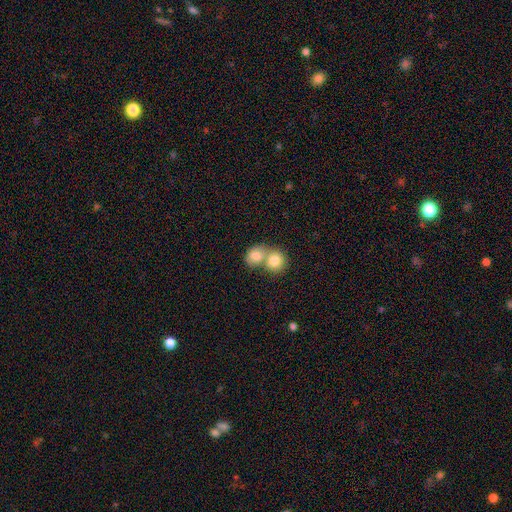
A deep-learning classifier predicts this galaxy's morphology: Smooth or featured?
  - smooth: 81% *
  - featured or disk: 11%
  - star or artifact: 8%
How rounded?
  - round: 64% *
  - in between: 35%
  - cigar-shaped: 1%
Merging?
  - merger: 66% *
  - none: 26%
  - minor disturbance: 6%
  - major disturbance: 3%